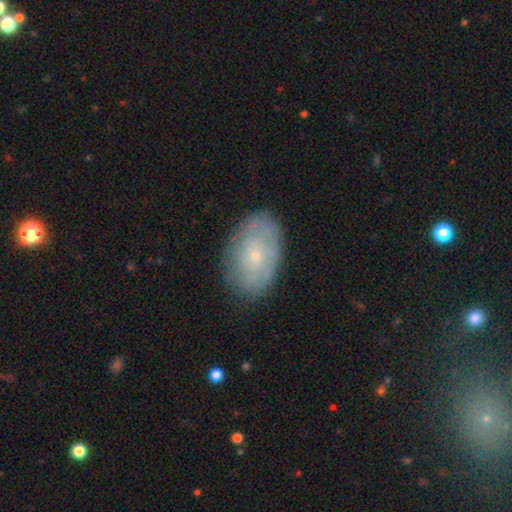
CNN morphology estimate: Overall: featured or disk (48%; smooth 44%). Merging: none (79%).